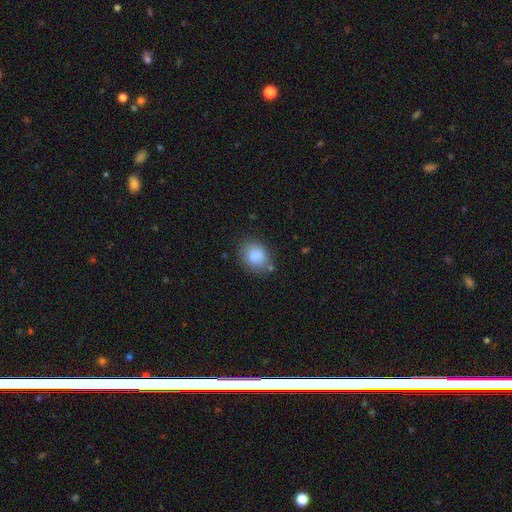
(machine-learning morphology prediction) Q: Smooth or featured?
A: smooth (86%); runner-up: star or artifact (8%)
Q: How rounded?
A: round (55%); runner-up: in between (44%)
Q: Merging?
A: none (72%); runner-up: minor disturbance (18%)